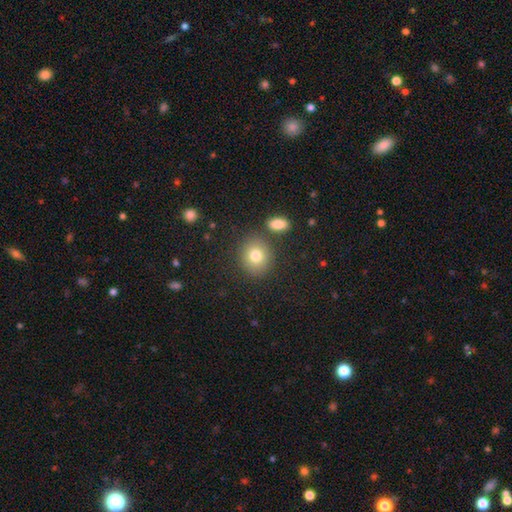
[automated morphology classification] Overall: smooth (79%). How rounded: round (72%). Merging: none (80%).